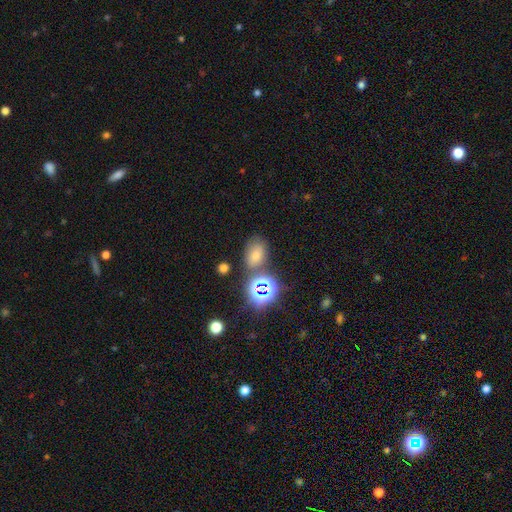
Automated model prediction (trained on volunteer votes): Smooth or featured? smooth (50%)
Merging? none (71%)